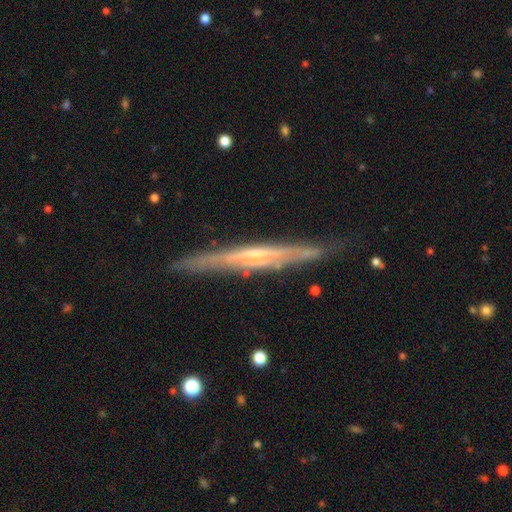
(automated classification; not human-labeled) This appears to be a featured or disk galaxy (75%) viewed edge-on (96%) with no central bulge (47%). Merging: none (85%).